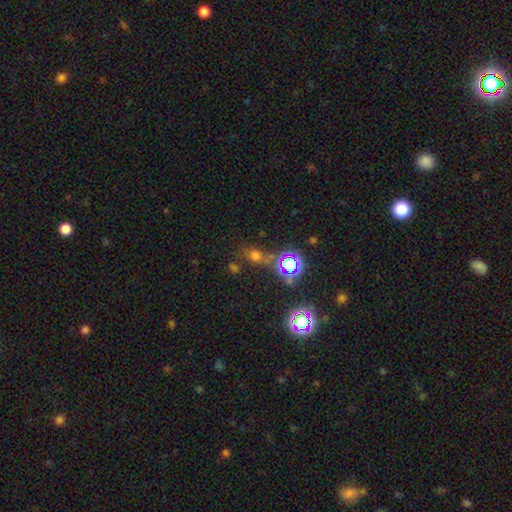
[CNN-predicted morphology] A smooth galaxy with no disk features (48%). Merging: none (61%).